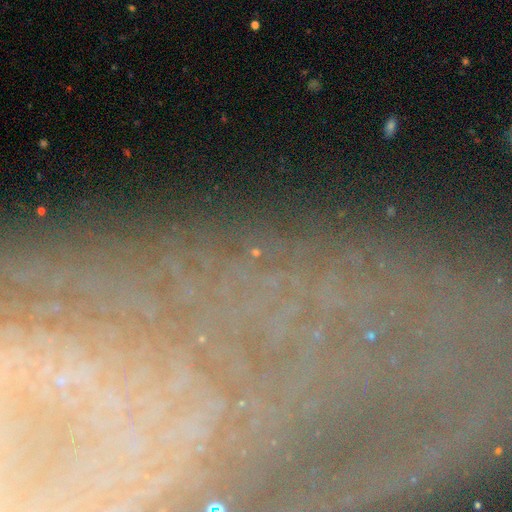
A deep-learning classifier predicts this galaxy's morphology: Overall: star or artifact (44%; featured or disk 40%).